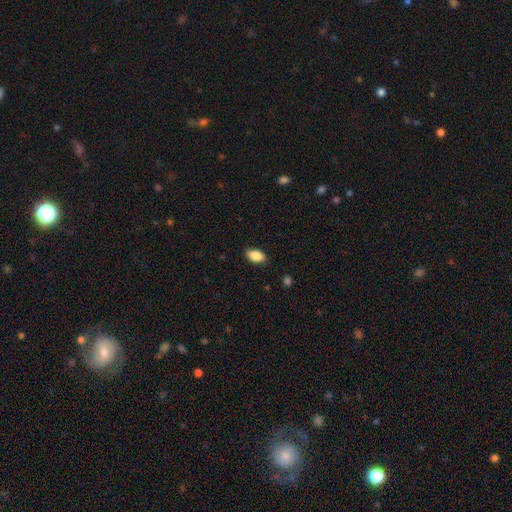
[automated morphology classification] type=smooth (87%); roundness=in between (92%); merging=none (87%).